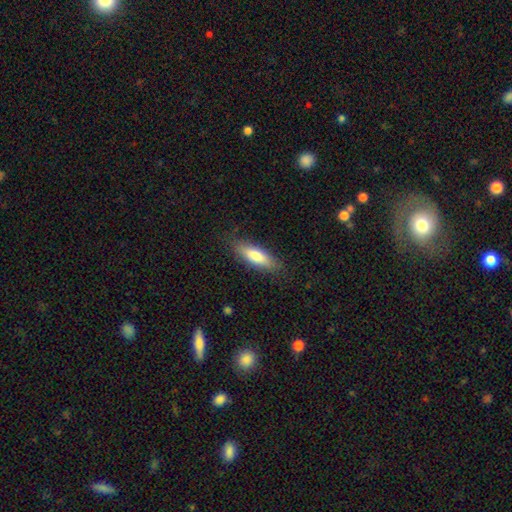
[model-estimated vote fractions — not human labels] smooth_or_featured: smooth (p=0.76) [alt: featured or disk p=0.18]
how_rounded: cigar-shaped (p=0.49) [tied with: in between p=0.49]
merging: none (p=0.84) [alt: minor disturbance p=0.12]